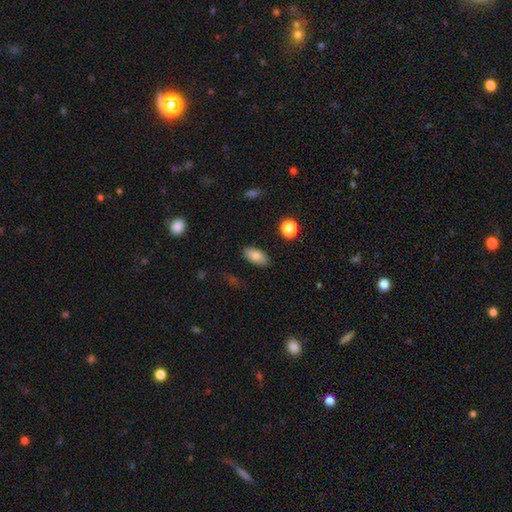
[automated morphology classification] Smooth or featured?
  - smooth: 81% *
  - featured or disk: 11%
  - star or artifact: 8%
How rounded?
  - in between: 92% *
  - round: 4%
  - cigar-shaped: 3%
Merging?
  - none: 85% *
  - minor disturbance: 11%
  - major disturbance: 3%
  - merger: 2%